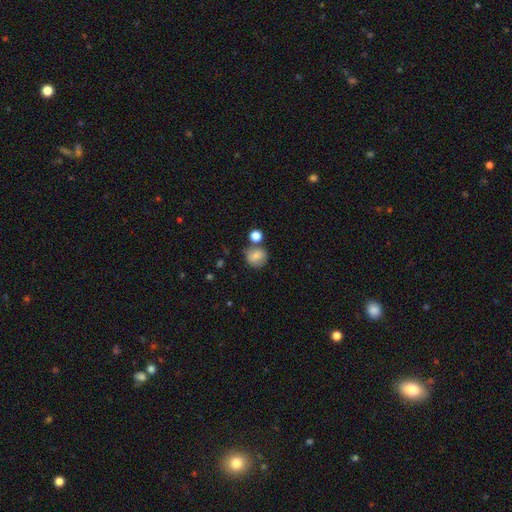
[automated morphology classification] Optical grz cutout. It shows a smooth galaxy with no disk features (80%) that is round (83%). Merging: none (64%).